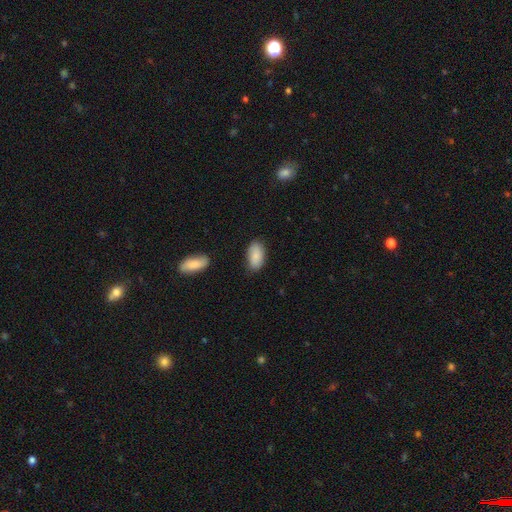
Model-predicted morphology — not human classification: The model was most divided on "merging": none: 79%, minor disturbance: 16%, major disturbance: 3%, merger: 2%. More confident: how rounded — in between (94%); smooth or featured — smooth (87%).